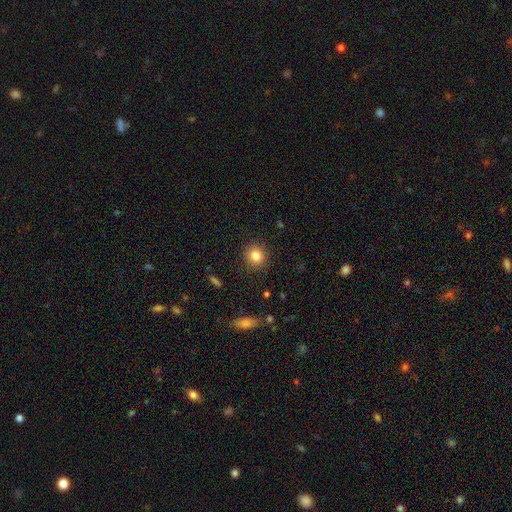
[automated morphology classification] Smooth or featured? Predicted: smooth (p=0.82). How rounded? Predicted: round (p=0.92). Merging? Predicted: none (p=0.90).